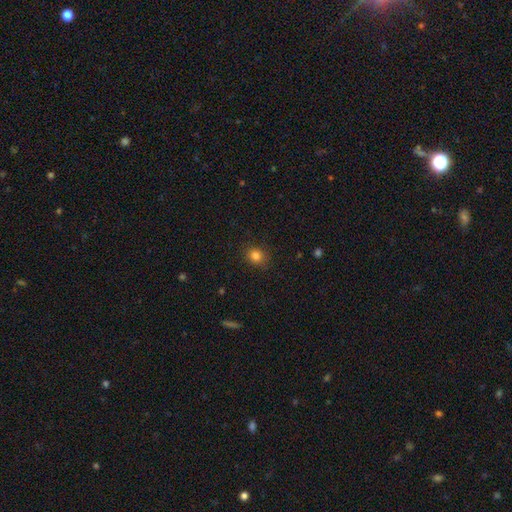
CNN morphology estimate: Smooth or featured? smooth (82%)
How rounded? round (75%)
Merging? none (87%)